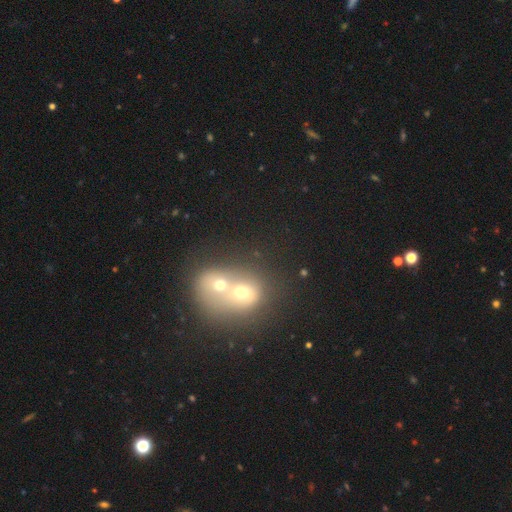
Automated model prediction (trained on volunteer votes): Smooth or featured? smooth (51%)
How rounded? round (64%)
Merging? merger (78%)